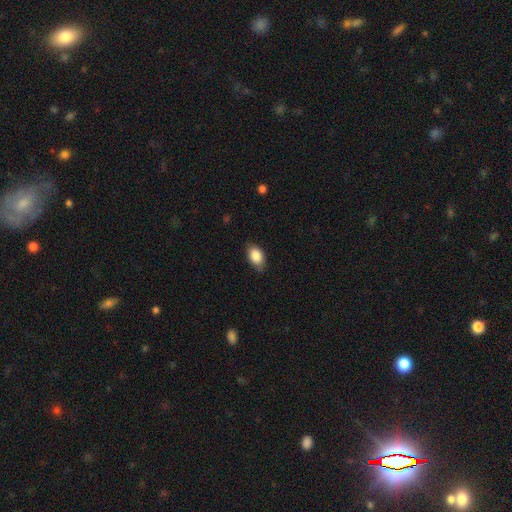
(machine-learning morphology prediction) Smooth or featured?
  - smooth: 86% *
  - star or artifact: 7%
  - featured or disk: 7%
How rounded?
  - in between: 86% *
  - round: 12%
  - cigar-shaped: 2%
Merging?
  - none: 75% *
  - minor disturbance: 21%
  - major disturbance: 3%
  - merger: 1%